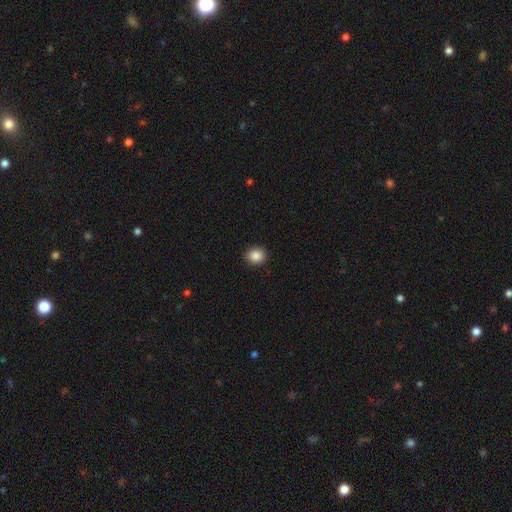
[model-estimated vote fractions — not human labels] A smooth galaxy with no disk features (87%) that is round (73%). Merging: none (90%).